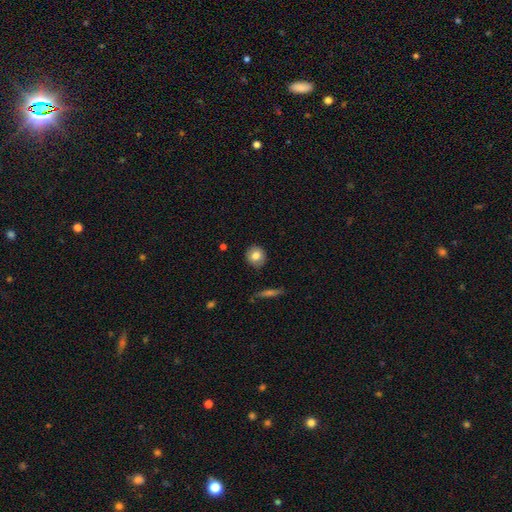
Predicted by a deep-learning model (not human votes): Overall: smooth (79%). How rounded: round (86%). Merging: none (89%).